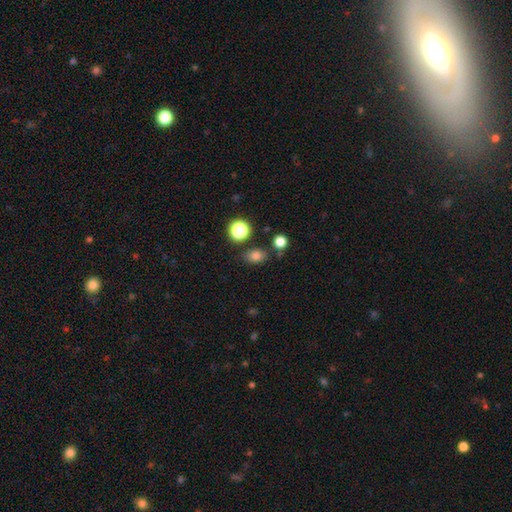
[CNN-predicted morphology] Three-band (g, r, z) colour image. It shows a smooth galaxy with no disk features (79%) that is in between round and cigar-shaped (65%). Merging: none (77%).